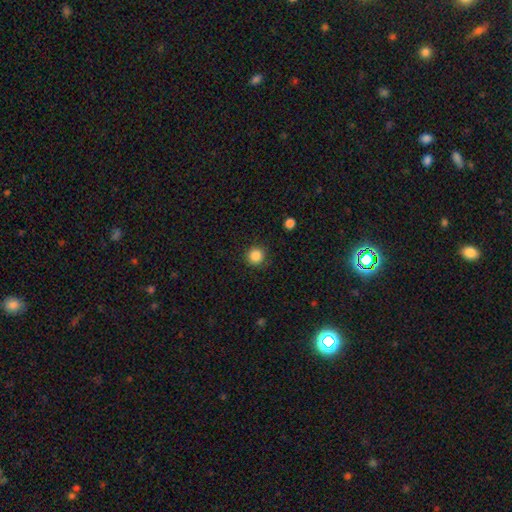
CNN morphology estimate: Smooth or featured? Predicted: smooth (p=0.86). How rounded? Predicted: round (p=0.94). Merging? Predicted: none (p=0.90).